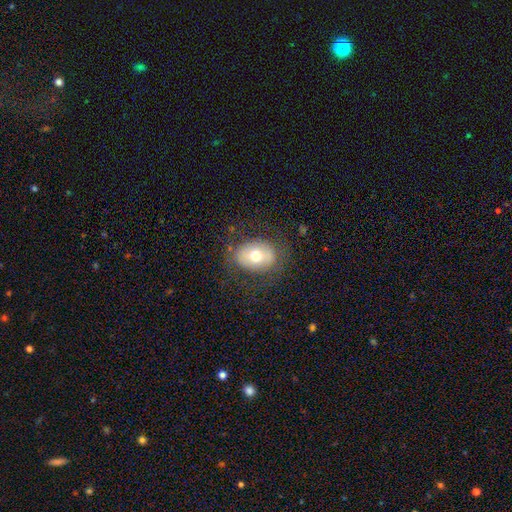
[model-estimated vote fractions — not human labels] Morphology: type=smooth (63%); roundness=in between (66%); merging=none (75%).